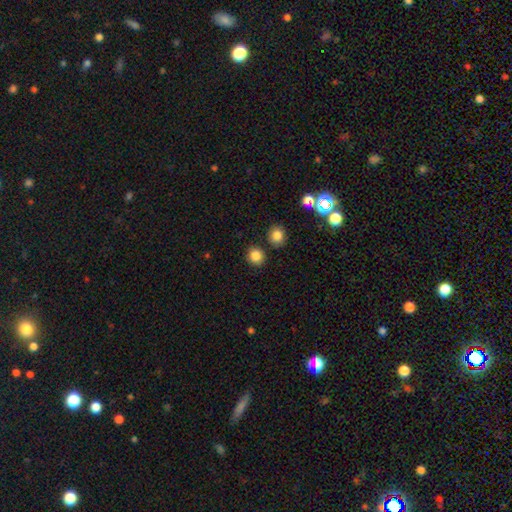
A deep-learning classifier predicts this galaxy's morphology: This is clearly a smooth galaxy (85%). How rounded: clearly round (86%). Merging: clearly none (86%).